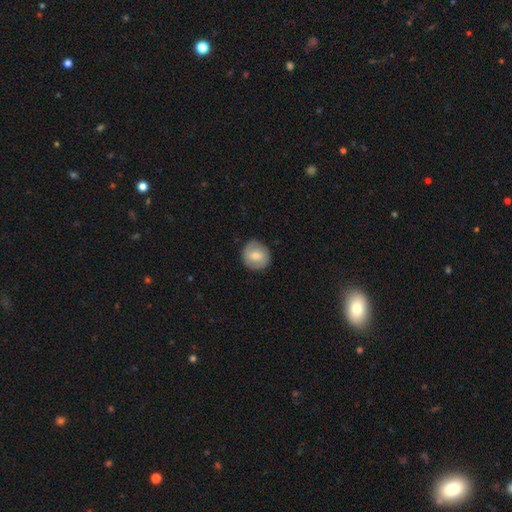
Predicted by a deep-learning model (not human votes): Smooth or featured?
  - smooth: 70% *
  - featured or disk: 23%
  - star or artifact: 7%
How rounded?
  - round: 89% *
  - in between: 10%
  - cigar-shaped: 1%
Merging?
  - none: 86% *
  - minor disturbance: 11%
  - major disturbance: 3%
  - merger: 1%